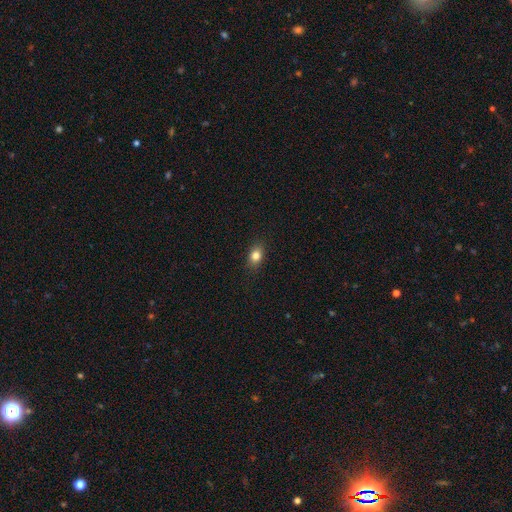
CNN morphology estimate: Overall: smooth (82%). How rounded: in between (69%). Merging: none (87%).